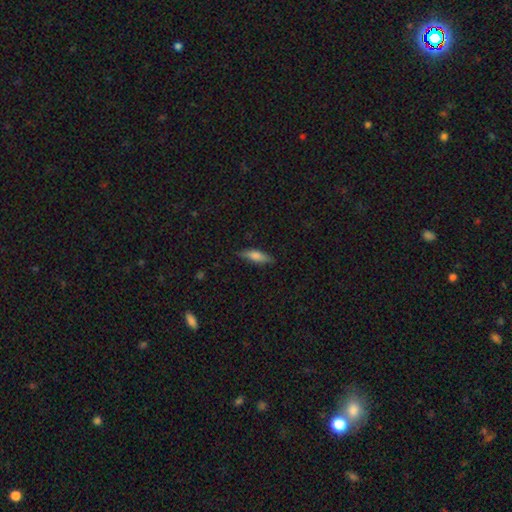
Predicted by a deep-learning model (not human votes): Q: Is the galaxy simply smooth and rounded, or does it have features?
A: smooth — 69%.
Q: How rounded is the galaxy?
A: cigar-shaped — 59%.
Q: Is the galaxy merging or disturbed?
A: none — 82%.